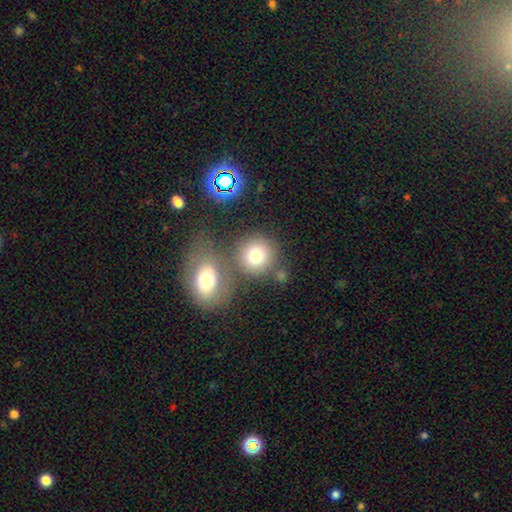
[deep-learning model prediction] smooth_or_featured: smooth (p=0.75) [alt: featured or disk p=0.13]
how_rounded: round (p=0.86) [alt: in between p=0.13]
merging: none (p=0.61) [alt: merger p=0.25]